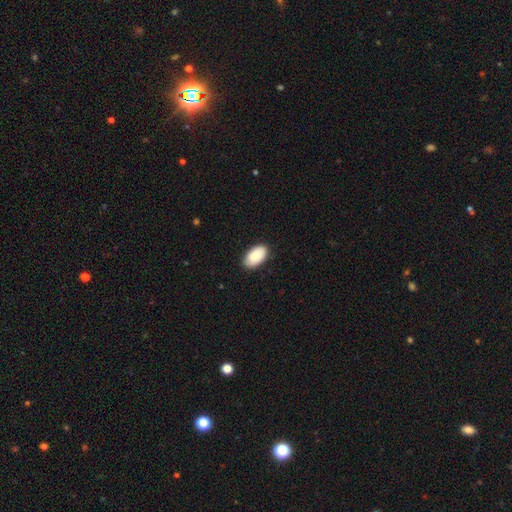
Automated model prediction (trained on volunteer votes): smooth-or-featured: smooth: 86% | featured or disk: 8% | star or artifact: 6%
  how-rounded: in between: 95% | round: 3% | cigar-shaped: 1%
  merging: none: 85% | minor disturbance: 12% | major disturbance: 2% | merger: 1%